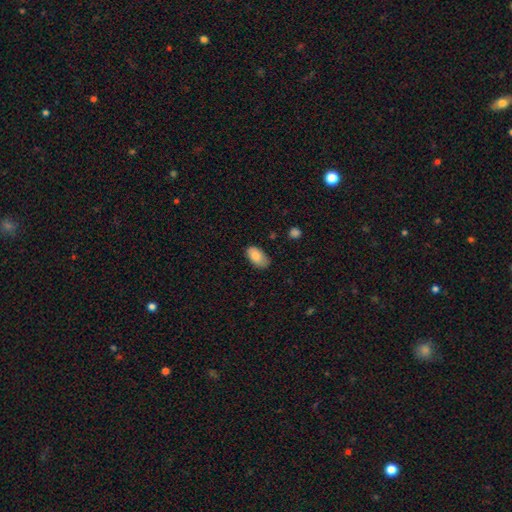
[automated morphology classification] Smooth or featured?
  - smooth: 84% *
  - featured or disk: 9%
  - star or artifact: 7%
How rounded?
  - in between: 94% *
  - round: 4%
  - cigar-shaped: 2%
Merging?
  - none: 75% *
  - minor disturbance: 21%
  - major disturbance: 3%
  - merger: 1%